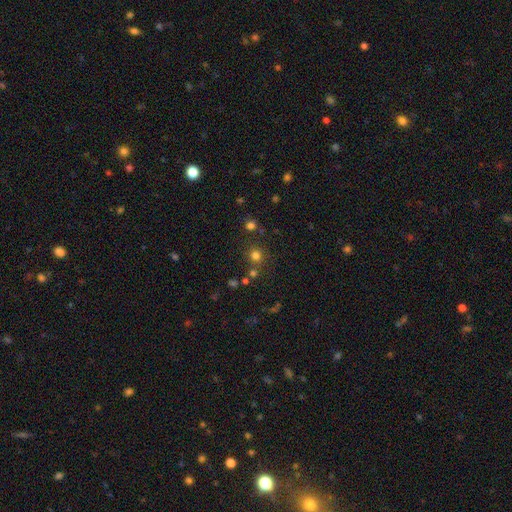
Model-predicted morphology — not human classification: The model was most divided on "smooth or featured": smooth: 73%, star or artifact: 21%, featured or disk: 6%. More confident: how rounded — round (91%); merging — none (78%).